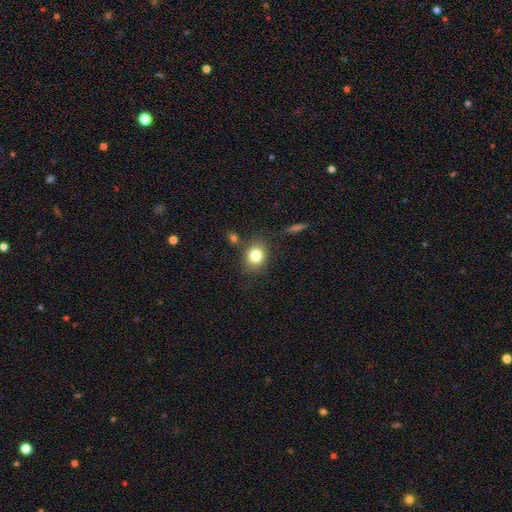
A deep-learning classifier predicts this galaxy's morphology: This appears to be a smooth galaxy with no disk features (81%) that is round (61%). Merging: none (79%).